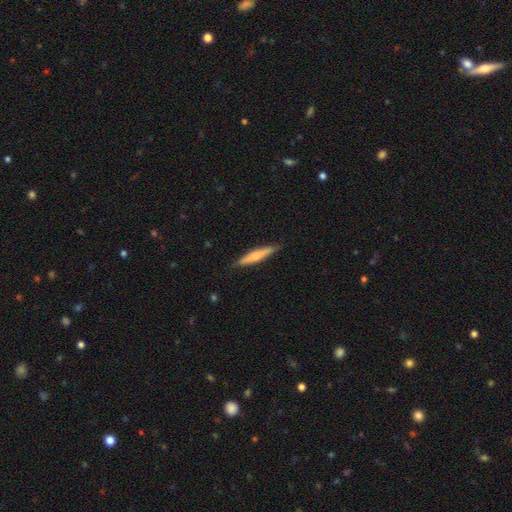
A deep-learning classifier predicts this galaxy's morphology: The model was most divided on "smooth or featured": smooth: 63%, featured or disk: 32%, star or artifact: 5%. More confident: how rounded — cigar-shaped (92%); merging — none (88%).